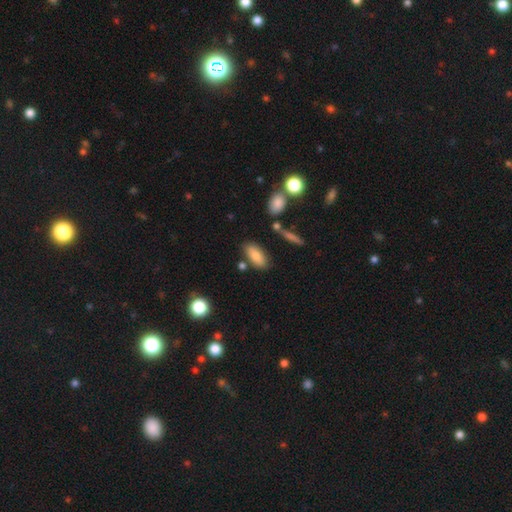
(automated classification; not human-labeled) Smooth or featured?
  - smooth: 81% *
  - featured or disk: 11%
  - star or artifact: 8%
How rounded?
  - in between: 85% *
  - cigar-shaped: 12%
  - round: 3%
Merging?
  - none: 76% *
  - minor disturbance: 13%
  - merger: 7%
  - major disturbance: 3%